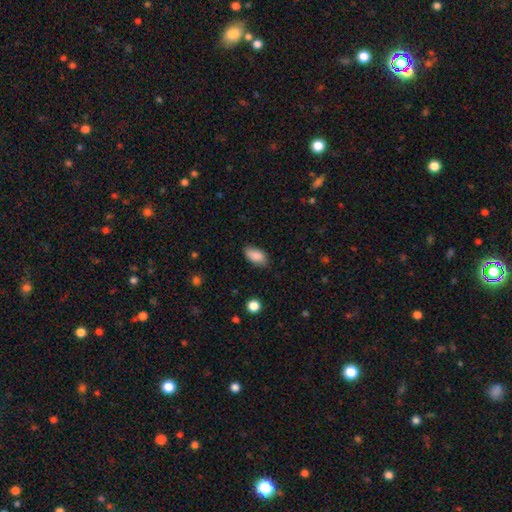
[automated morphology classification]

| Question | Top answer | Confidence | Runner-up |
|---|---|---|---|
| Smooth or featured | smooth | 87% | star or artifact (7%) |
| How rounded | in between | 92% | round (4%) |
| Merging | none | 77% | minor disturbance (19%) |